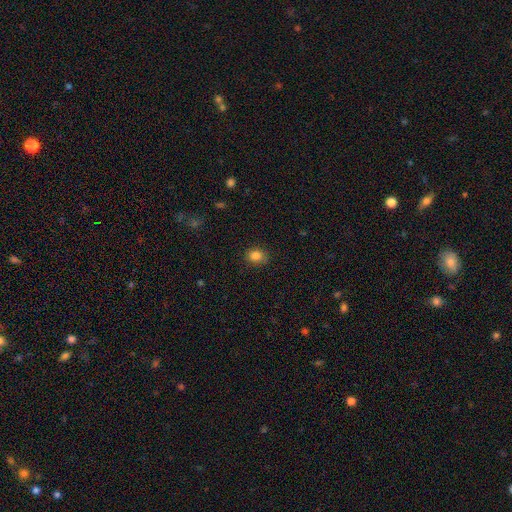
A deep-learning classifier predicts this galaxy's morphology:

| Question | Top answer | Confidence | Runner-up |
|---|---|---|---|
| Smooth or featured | smooth | 84% | star or artifact (11%) |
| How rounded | round | 63% | in between (36%) |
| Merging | none | 84% | minor disturbance (12%) |